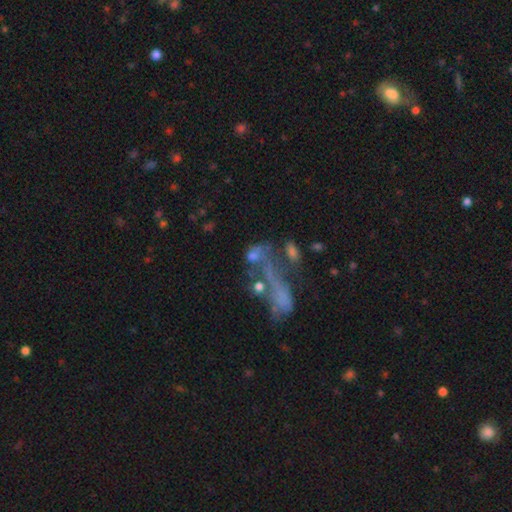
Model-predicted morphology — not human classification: Smooth or featured? Predicted: smooth (p=0.48). Merging? Predicted: merger (p=0.33).